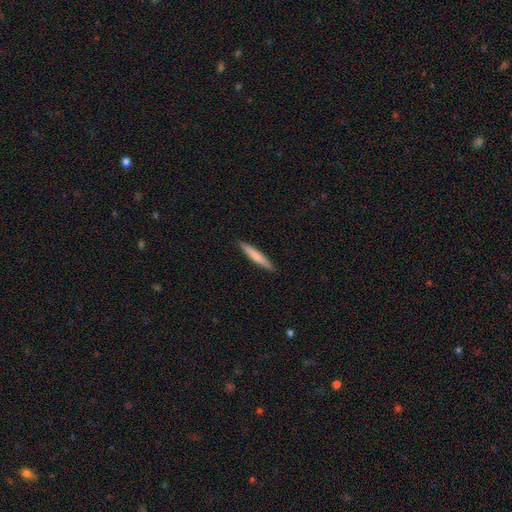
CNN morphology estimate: Overall: smooth (75%). How rounded: cigar-shaped (94%). Merging: none (91%).